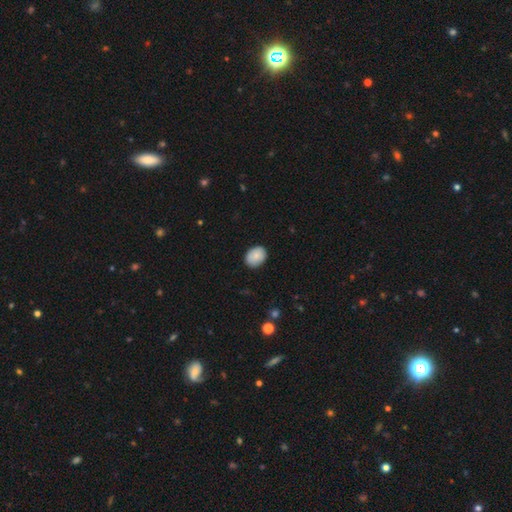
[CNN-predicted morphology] Smooth or featured? Predicted: smooth (p=0.85). How rounded? Predicted: in between (p=0.67). Merging? Predicted: none (p=0.85).